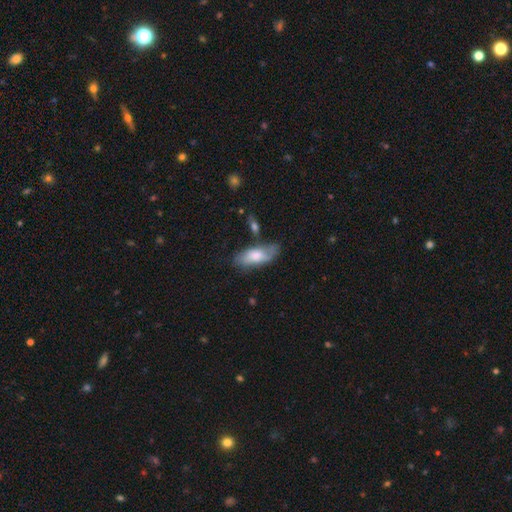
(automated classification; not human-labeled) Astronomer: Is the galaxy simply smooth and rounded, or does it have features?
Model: smooth — 68%.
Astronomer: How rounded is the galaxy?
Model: in between — 81%.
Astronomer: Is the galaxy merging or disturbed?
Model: none — 54%.